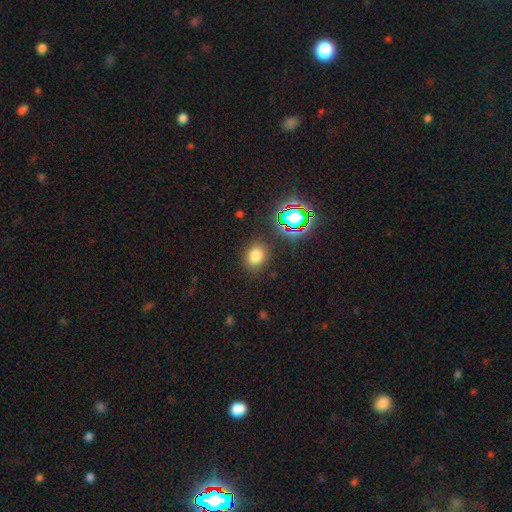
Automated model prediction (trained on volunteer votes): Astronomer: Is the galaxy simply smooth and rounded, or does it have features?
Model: smooth — 76%.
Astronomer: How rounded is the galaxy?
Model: round — 59% (runner-up: in between, 40%).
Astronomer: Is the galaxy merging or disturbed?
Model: none — 84%.